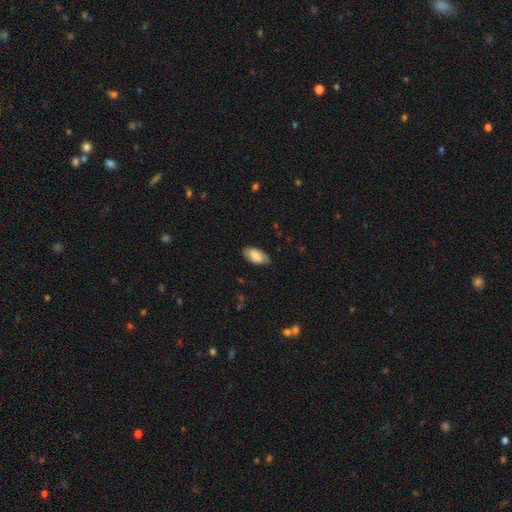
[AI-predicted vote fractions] Q: Smooth or featured?
A: smooth (82%); runner-up: featured or disk (12%)
Q: How rounded?
A: in between (94%); runner-up: cigar-shaped (4%)
Q: Merging?
A: none (78%); runner-up: minor disturbance (18%)